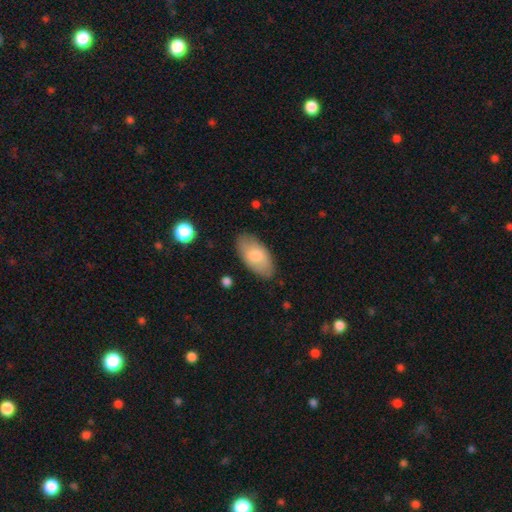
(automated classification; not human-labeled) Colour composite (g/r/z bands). It shows a smooth galaxy with no disk features (74%) that is in between round and cigar-shaped (95%). Merging: none (81%).